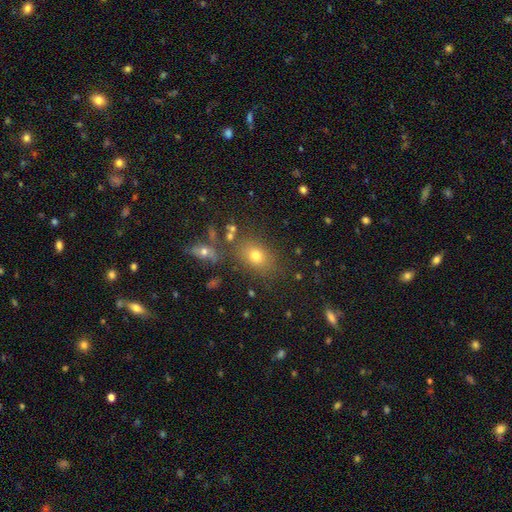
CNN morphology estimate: This appears to be a smooth galaxy with no disk features (70%) that is in between round and cigar-shaped (65%). Merging: none (75%).